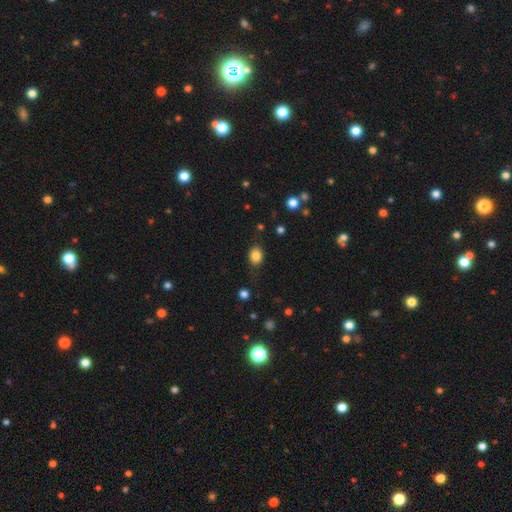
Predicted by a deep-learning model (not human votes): Q: Smooth or featured?
A: smooth (84%); runner-up: star or artifact (10%)
Q: How rounded?
A: in between (56%); runner-up: round (43%)
Q: Merging?
A: none (78%); runner-up: minor disturbance (15%)